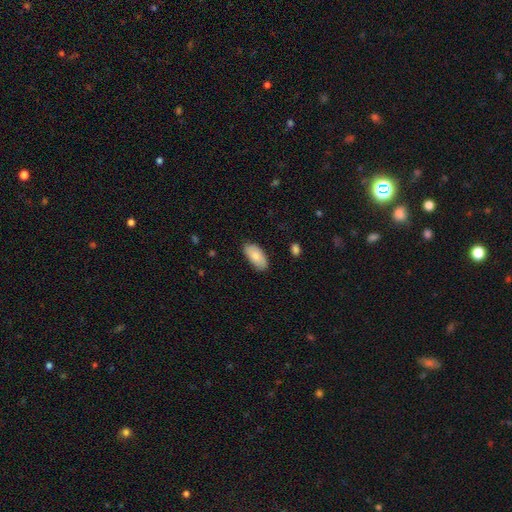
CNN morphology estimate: This is clearly a smooth galaxy (82%). How rounded: clearly in between (94%). Merging: clearly none (80%).